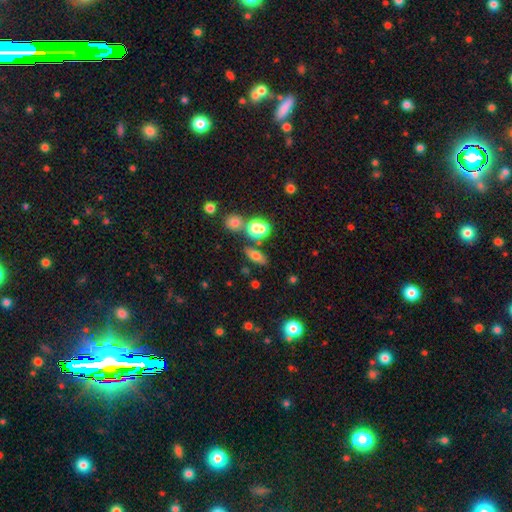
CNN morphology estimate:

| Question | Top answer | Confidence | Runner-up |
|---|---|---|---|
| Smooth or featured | smooth | 70% | featured or disk (16%) |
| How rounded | in between | 67% | cigar-shaped (19%) |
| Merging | none | 75% | minor disturbance (11%) |